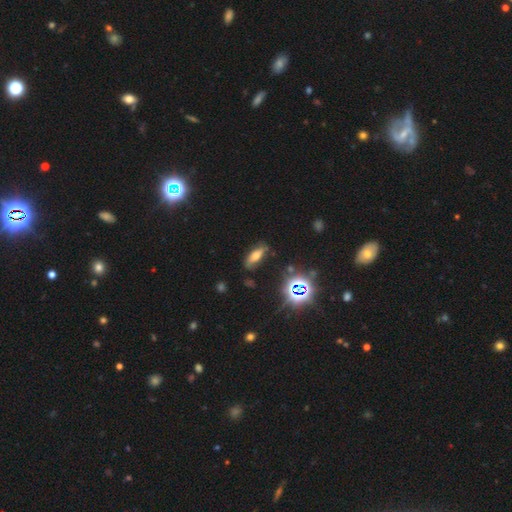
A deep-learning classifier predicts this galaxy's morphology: type=smooth (52%); roundness=in between (69%); merging=none (73%).